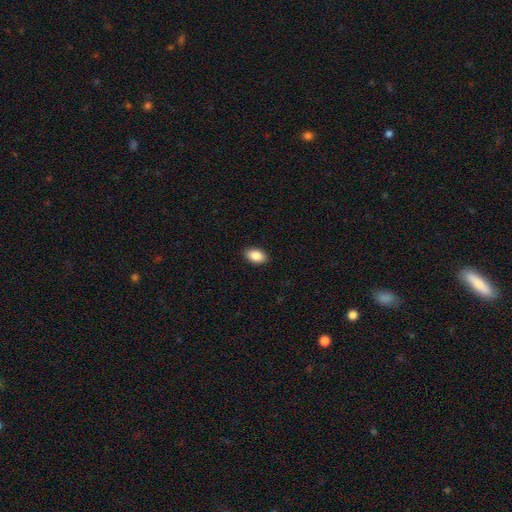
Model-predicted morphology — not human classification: smooth 88%, star or artifact 7%, featured or disk 5%. Down the decision tree: how rounded — in between (92%); merging — none (90%).